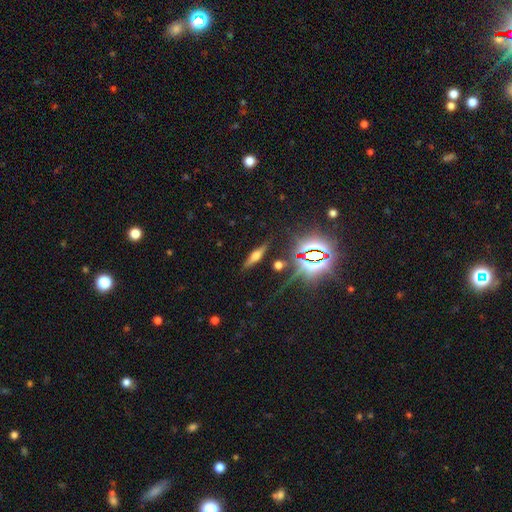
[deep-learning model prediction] This is possibly a featured or disk galaxy (50%). Merging: clearly none (84%).